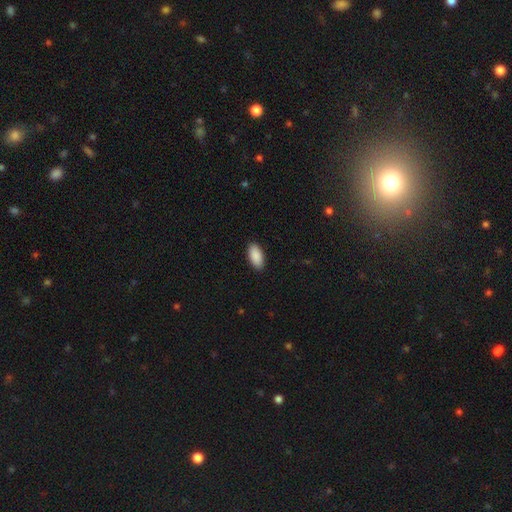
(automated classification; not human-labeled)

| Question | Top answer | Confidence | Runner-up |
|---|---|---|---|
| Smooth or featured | smooth | 91% | star or artifact (6%) |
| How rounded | in between | 93% | cigar-shaped (5%) |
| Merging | none | 90% | minor disturbance (7%) |